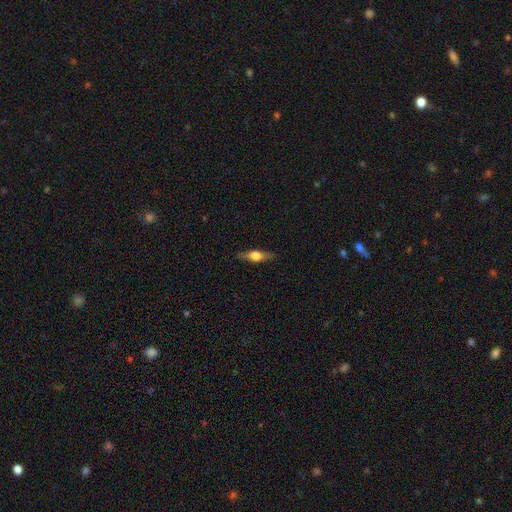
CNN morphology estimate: Smooth or featured? Predicted: featured or disk (p=0.54). Edge-on disk? Predicted: yes (p=0.93). Edge-on bulge? Predicted: rounded (p=0.92). Merging? Predicted: none (p=0.86).